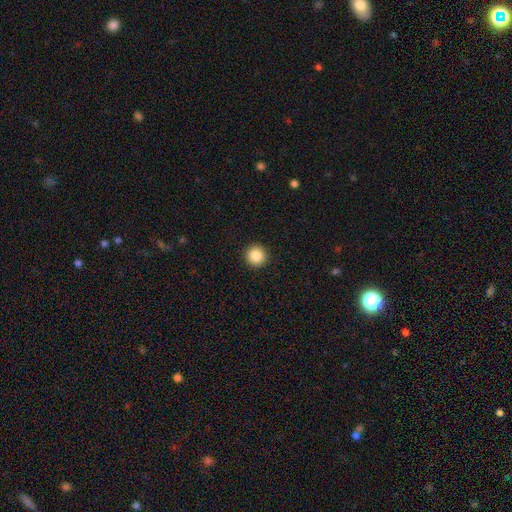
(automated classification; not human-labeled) Smooth or featured? Predicted: smooth (p=0.86). How rounded? Predicted: round (p=0.96). Merging? Predicted: none (p=0.93).